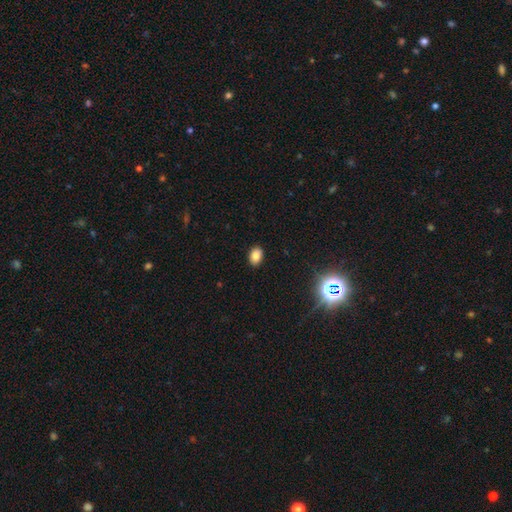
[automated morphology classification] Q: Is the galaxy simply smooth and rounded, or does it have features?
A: smooth — 83%.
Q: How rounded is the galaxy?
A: in between — 78%.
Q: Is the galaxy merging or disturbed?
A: none — 89%.